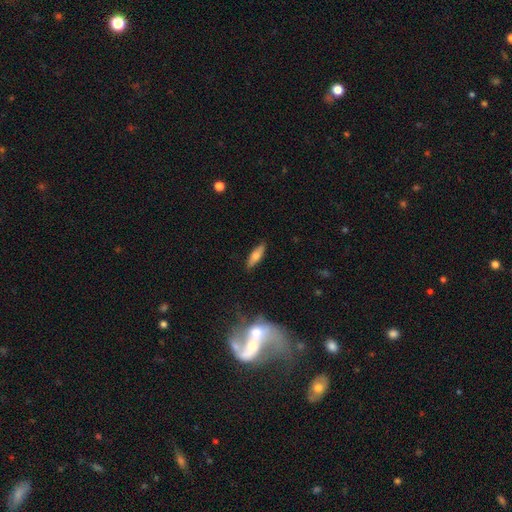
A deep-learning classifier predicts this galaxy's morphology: A smooth galaxy with no disk features (64%) that is cigar-shaped (55%). Merging: none (86%).